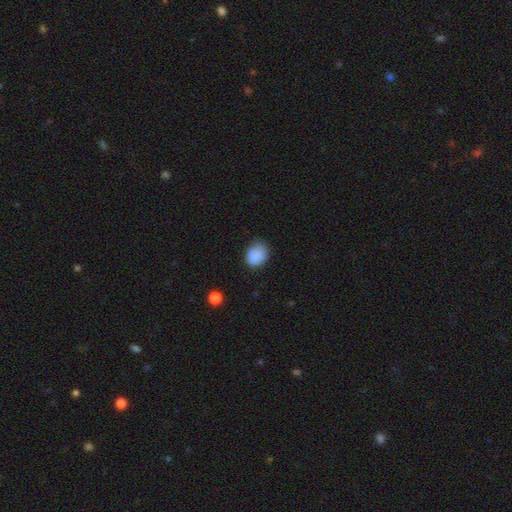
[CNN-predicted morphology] Smooth or featured? smooth (86%)
How rounded? in between (53%)
Merging? none (70%)